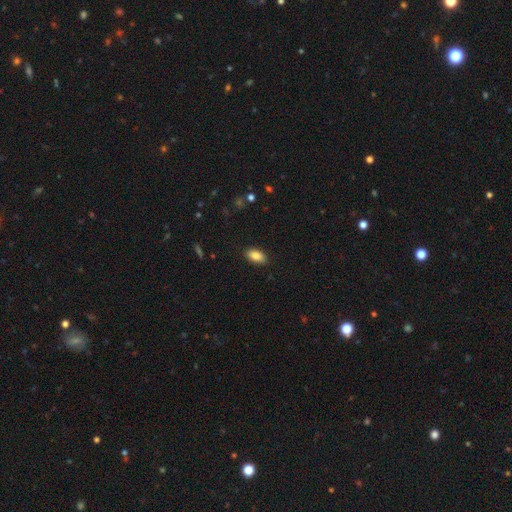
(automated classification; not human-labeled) Overall: smooth (86%). How rounded: in between (92%). Merging: none (88%).